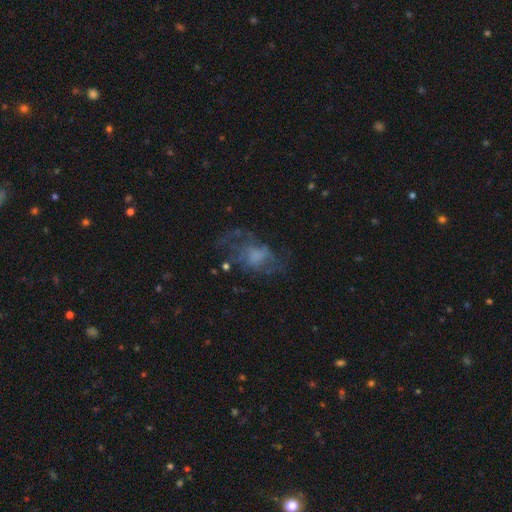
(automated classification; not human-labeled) Morphology: type=featured or disk (54%); edge-on=no (96%); bar=no (75%); spiral arms=no (51%); bulge=none (39%); merging=none (43%).